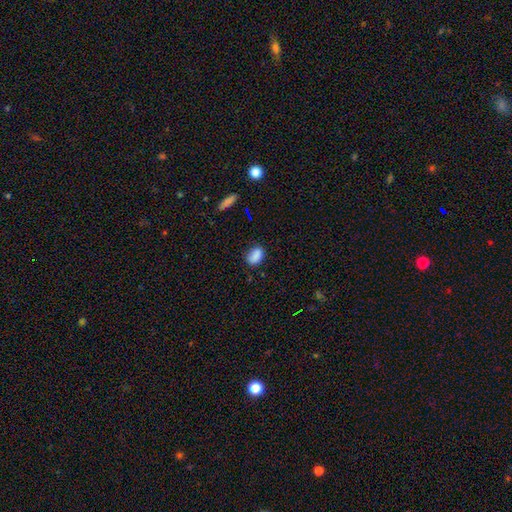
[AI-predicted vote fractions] Smooth or featured: smooth — 86% (star or artifact — 9%)
How rounded: in between — 83% (round — 14%)
Merging: none — 76% (minor disturbance — 18%)